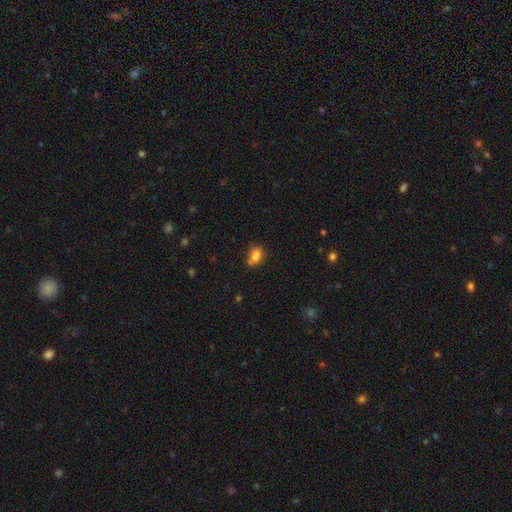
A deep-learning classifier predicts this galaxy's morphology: smooth-or-featured: smooth: 76% | star or artifact: 13% | featured or disk: 11%
  how-rounded: in between: 61% | round: 37% | cigar-shaped: 2%
  merging: none: 44% | merger: 30% | minor disturbance: 19% | major disturbance: 7%